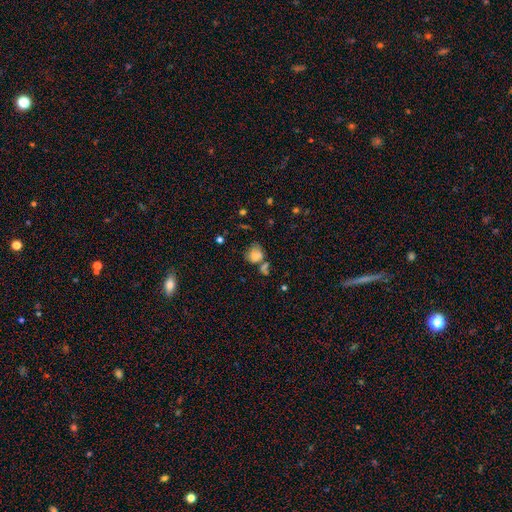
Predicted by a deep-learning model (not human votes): A smooth galaxy with no disk features (72%) that is round (57%). Merging: none (36%).